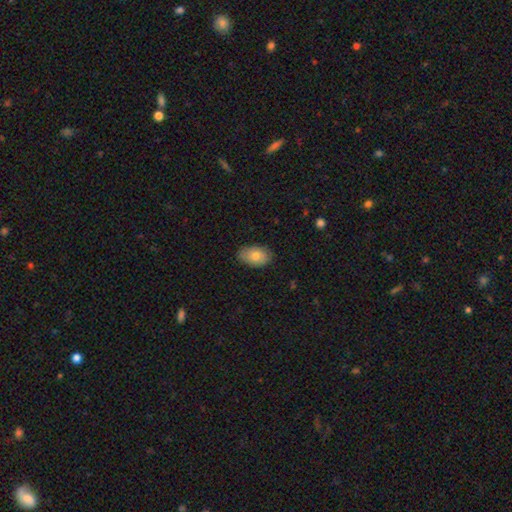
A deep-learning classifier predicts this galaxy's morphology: type=smooth (76%); roundness=in between (89%); merging=none (81%).